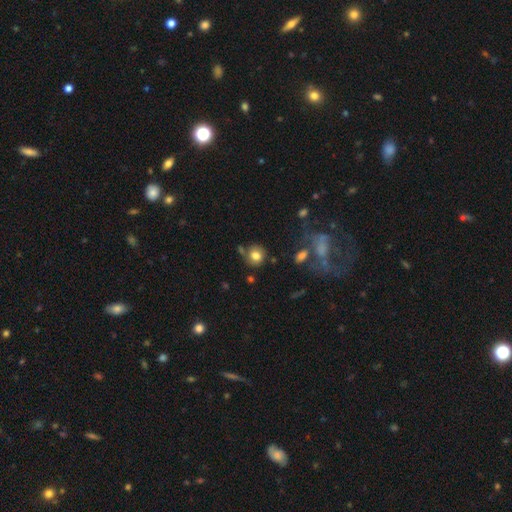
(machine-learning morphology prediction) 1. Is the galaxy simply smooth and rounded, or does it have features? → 78% smooth, 12% featured or disk, 10% star or artifact.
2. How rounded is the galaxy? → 84% round, 15% in between, 1% cigar-shaped.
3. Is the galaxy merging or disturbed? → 67% none, 17% minor disturbance, 10% merger, 6% major disturbance.